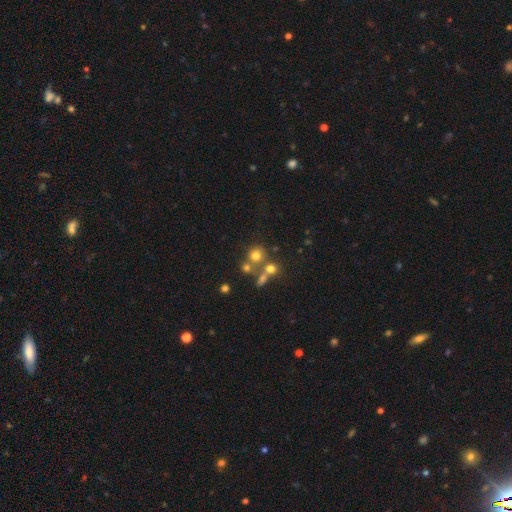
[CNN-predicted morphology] smooth-or-featured: smooth: 68% | star or artifact: 18% | featured or disk: 13%
  how-rounded: round: 87% | in between: 12% | cigar-shaped: 1%
  merging: none: 58% | merger: 28% | minor disturbance: 9% | major disturbance: 5%